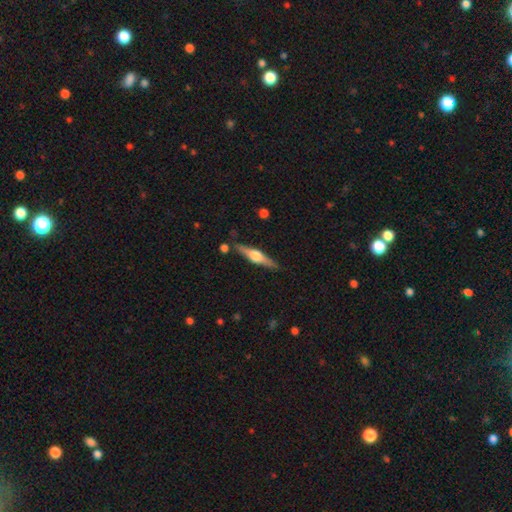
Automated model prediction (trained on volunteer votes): Q: Smooth or featured?
A: featured or disk (72%); runner-up: smooth (22%)
Q: Edge-on disk?
A: yes (97%); runner-up: no (3%)
Q: Edge-on bulge?
A: rounded (92%); runner-up: boxy (6%)
Q: Merging?
A: none (85%); runner-up: minor disturbance (9%)